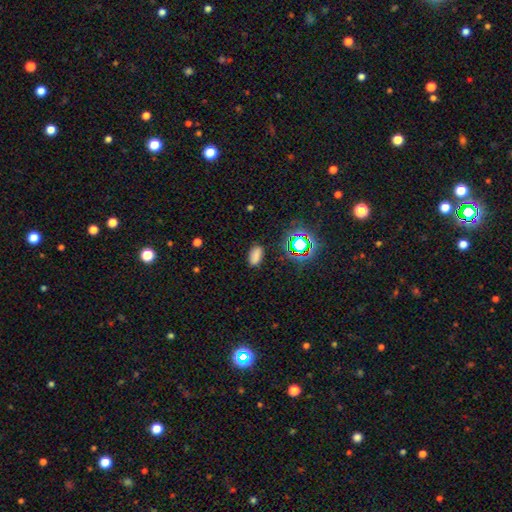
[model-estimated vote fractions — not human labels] Smooth or featured: smooth — 73% (star or artifact — 21%)
How rounded: in between — 91% (round — 6%)
Merging: none — 83% (minor disturbance — 11%)